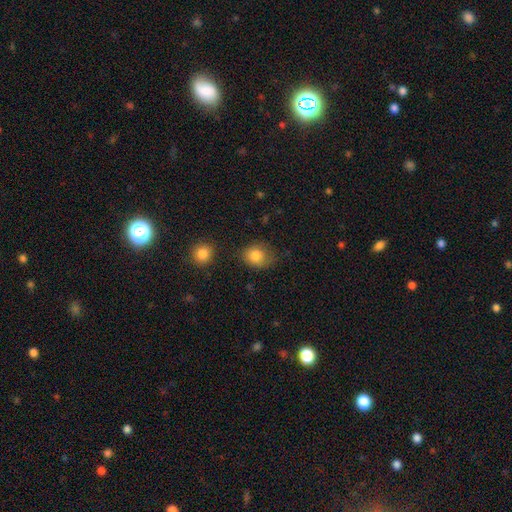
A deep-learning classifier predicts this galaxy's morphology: type=smooth (83%); roundness=round (61%); merging=none (69%).